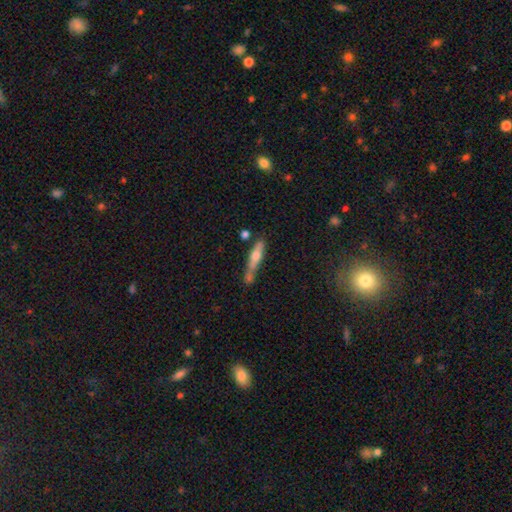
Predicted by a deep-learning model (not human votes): This appears to be a smooth galaxy with no disk features (50%) that is cigar-shaped (85%). Merging: none (52%).